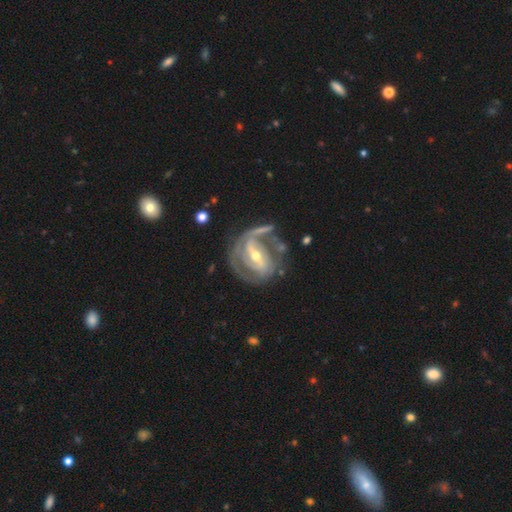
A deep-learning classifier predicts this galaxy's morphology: A featured or disk galaxy (88%) with a strong bar (57%), 2 (63%) tight (48%) spiral arms (91%) and a moderate central bulge (50%).

Vote fractions:
- Smooth or featured? featured or disk: 88% / smooth: 7% / star or artifact: 5%
- Edge-on disk? no: 96% / yes: 4%
- Bar? strong: 57% / weak: 31% / no: 12%
- Spiral arms? yes: 91% / no: 9%
- Spiral winding? tight: 48% / medium: 39% / loose: 13%
- Spiral arm count? 2: 63% / can't tell: 15% / 3: 9% / 1: 8% / 4: 3% / more than 4: 2%
- Bulge size? moderate: 50% / small: 46% / large: 3% / none: 1% / dominant: 1%
- Merging? none: 52% / minor disturbance: 20% / major disturbance: 18% / merger: 10%